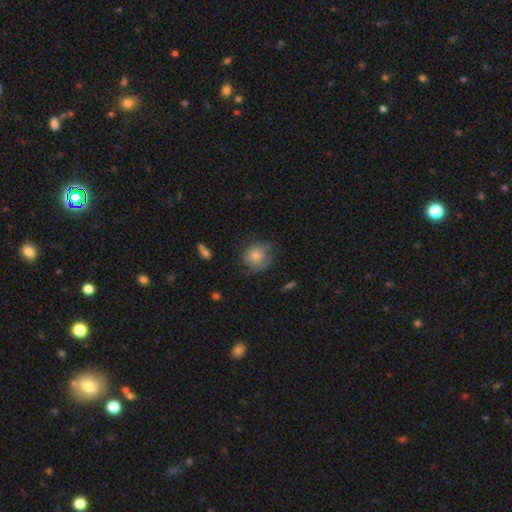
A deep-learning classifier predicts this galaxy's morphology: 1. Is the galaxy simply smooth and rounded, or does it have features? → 71% smooth, 19% featured or disk, 10% star or artifact.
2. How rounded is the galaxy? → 87% round, 12% in between, 1% cigar-shaped.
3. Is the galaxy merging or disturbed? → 64% none, 26% minor disturbance, 8% major disturbance, 2% merger.